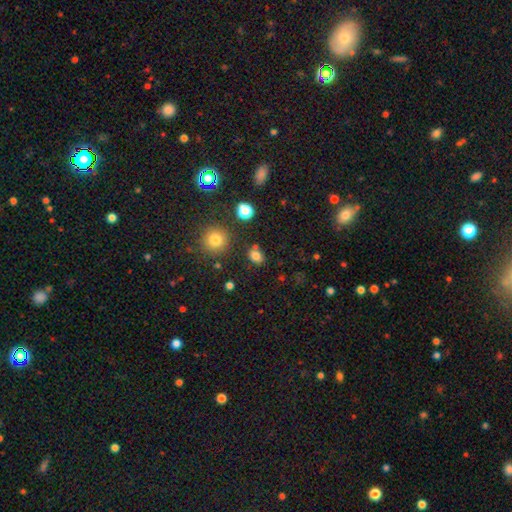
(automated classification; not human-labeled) A smooth galaxy with no disk features (78%) that is in between round and cigar-shaped (57%). Merging: none (76%).